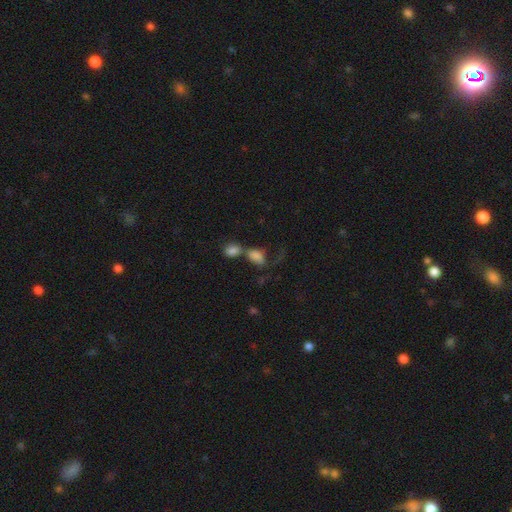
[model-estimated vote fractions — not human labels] smooth_or_featured: smooth (p=0.77) [alt: star or artifact p=0.12]
how_rounded: in between (p=0.83) [alt: round p=0.14]
merging: merger (p=0.59) [alt: none p=0.21]